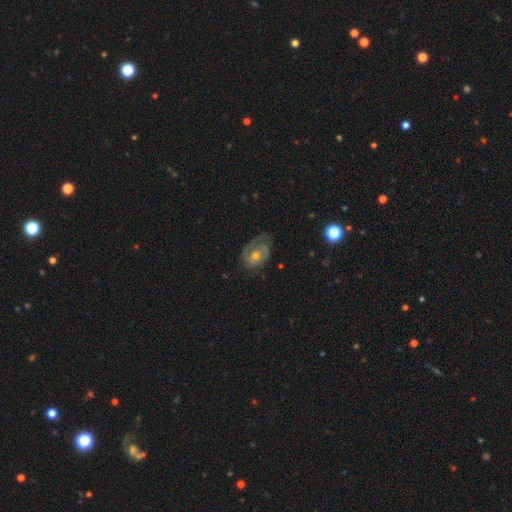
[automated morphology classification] smooth_or_featured: featured or disk (p=0.74) [alt: smooth p=0.18]
disk_edge_on: no (p=0.96) [alt: yes p=0.04]
bar: no (p=0.75) [alt: weak p=0.21]
has_spiral_arms: yes (p=0.85) [alt: no p=0.15]
spiral_winding: tight (p=0.55) [alt: medium p=0.33]
spiral_arm_count: 2 (p=0.49) [alt: can't tell p=0.23]
bulge_size: moderate (p=0.62) [alt: small p=0.32]
merging: none (p=0.60) [alt: minor disturbance p=0.24]